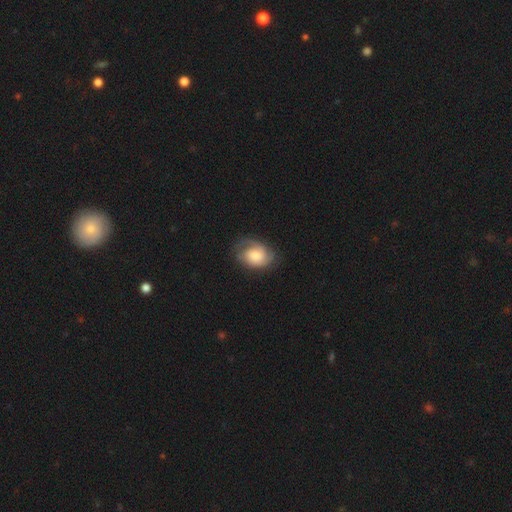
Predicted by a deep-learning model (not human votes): featured or disk 62%, smooth 31%, star or artifact 6%. Down the decision tree: edge-on disk — no (97%); bar — no (71%); spiral arms — yes (90%); spiral arm count — 2 (44%); spiral winding — tight (50%); bulge size — moderate (37%); merging — none (66%).